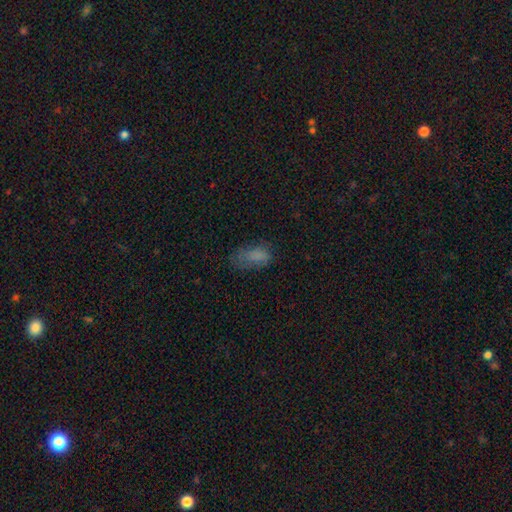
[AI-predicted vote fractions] Morphology: type=smooth (74%); roundness=in between (89%); merging=none (48%).